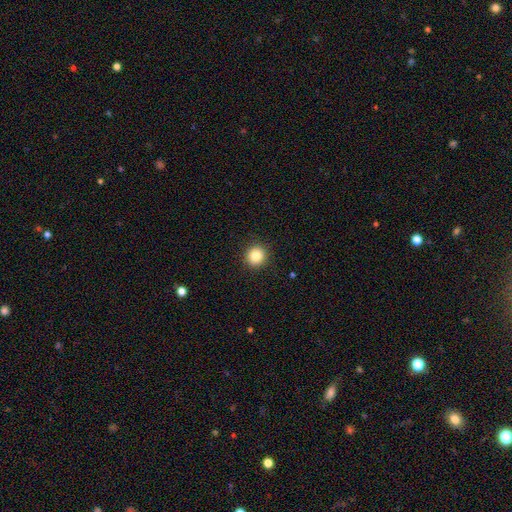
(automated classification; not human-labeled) Smooth or featured? smooth (85%)
How rounded? round (92%)
Merging? none (92%)